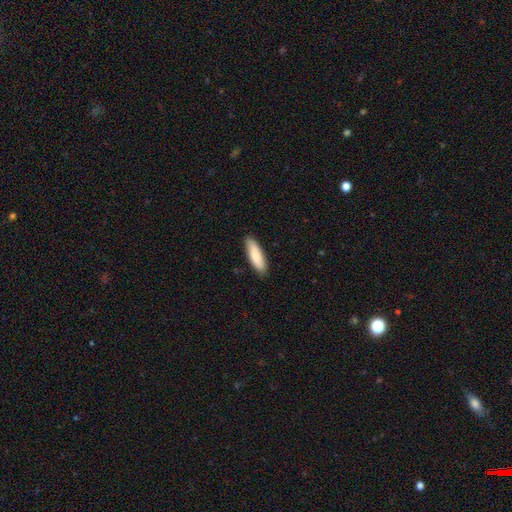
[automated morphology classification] Smooth or featured: smooth — 83% (featured or disk — 12%)
How rounded: cigar-shaped — 58% (in between — 40%)
Merging: none — 88% (minor disturbance — 9%)